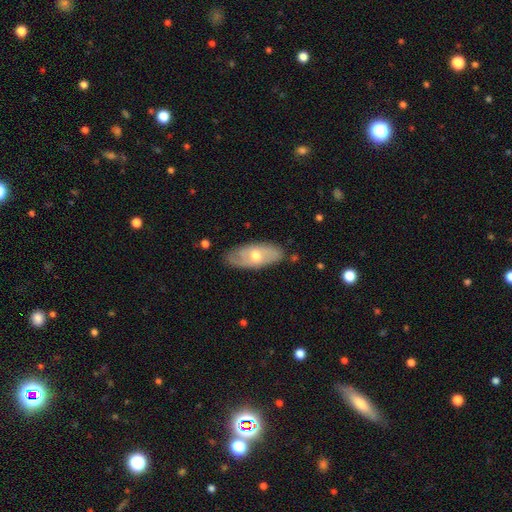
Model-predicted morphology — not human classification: A featured or disk galaxy (54%).

Vote fractions:
- Smooth or featured? featured or disk: 54% / smooth: 39% / star or artifact: 6%
- Edge-on disk? no: 80% / yes: 20%
- Merging? none: 78% / minor disturbance: 17% / major disturbance: 3% / merger: 2%